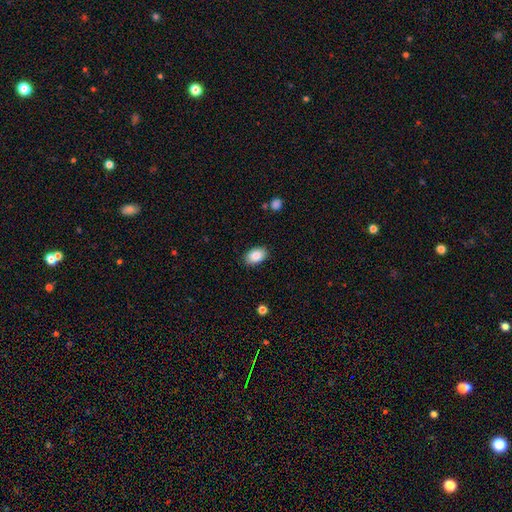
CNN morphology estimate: smooth_or_featured: smooth (p=0.86) [alt: star or artifact p=0.07]
how_rounded: in between (p=0.88) [alt: round p=0.11]
merging: none (p=0.87) [alt: minor disturbance p=0.09]